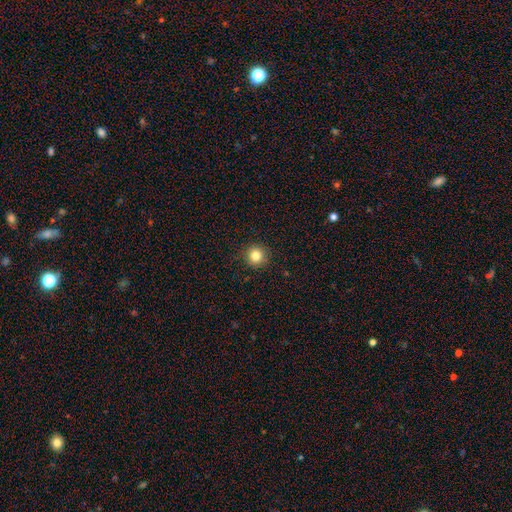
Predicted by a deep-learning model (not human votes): This appears to be a smooth galaxy with no disk features (83%) that is round (94%). Merging: none (91%).